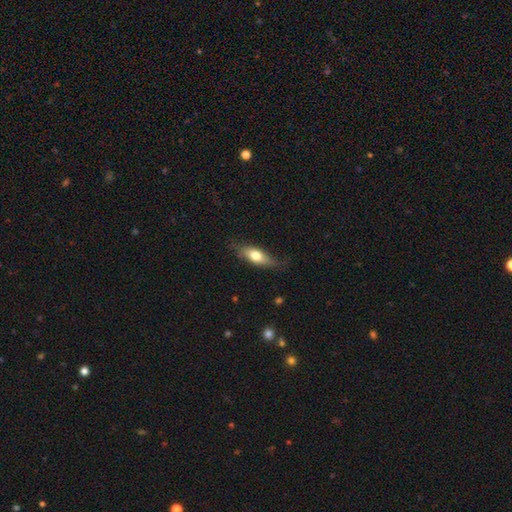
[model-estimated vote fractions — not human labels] Smooth or featured? smooth (65%)
How rounded? in between (69%)
Merging? none (63%)